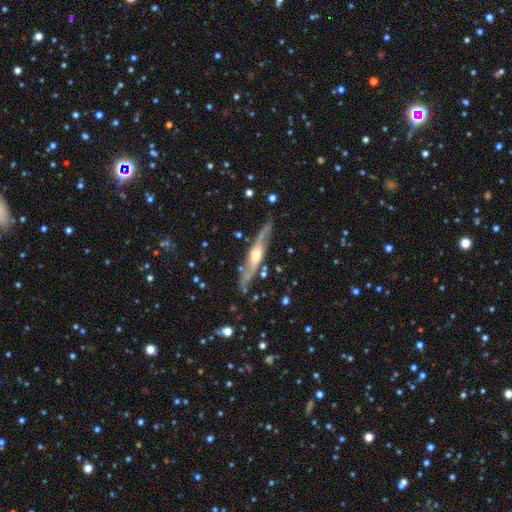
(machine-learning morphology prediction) smooth-or-featured: featured or disk: 77% | smooth: 18% | star or artifact: 5%
  disk-edge-on: yes: 79% | no: 21%
    edge-on-bulge: rounded: 85% | none: 8% | boxy: 7%
  merging: none: 77% | minor disturbance: 16% | major disturbance: 4% | merger: 3%